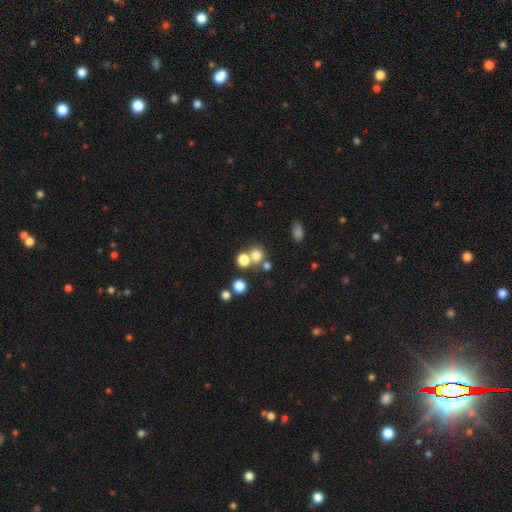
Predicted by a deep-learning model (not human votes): Smooth or featured?
  - smooth: 73% *
  - star or artifact: 17%
  - featured or disk: 10%
How rounded?
  - round: 83% *
  - in between: 16%
  - cigar-shaped: 1%
Merging?
  - none: 54% *
  - merger: 35%
  - minor disturbance: 7%
  - major disturbance: 4%